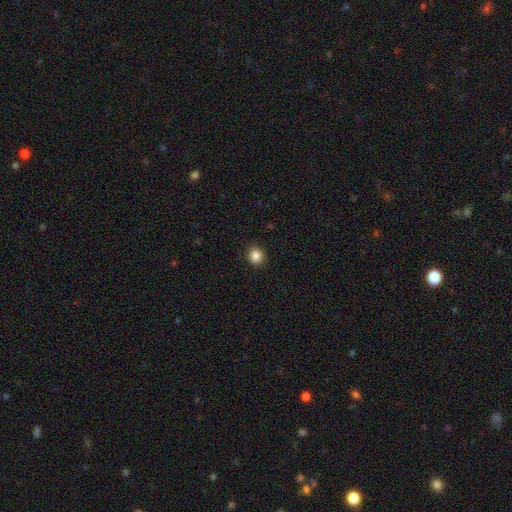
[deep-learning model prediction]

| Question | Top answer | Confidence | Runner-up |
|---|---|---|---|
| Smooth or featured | smooth | 86% | star or artifact (10%) |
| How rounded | round | 81% | in between (18%) |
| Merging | none | 90% | minor disturbance (7%) |